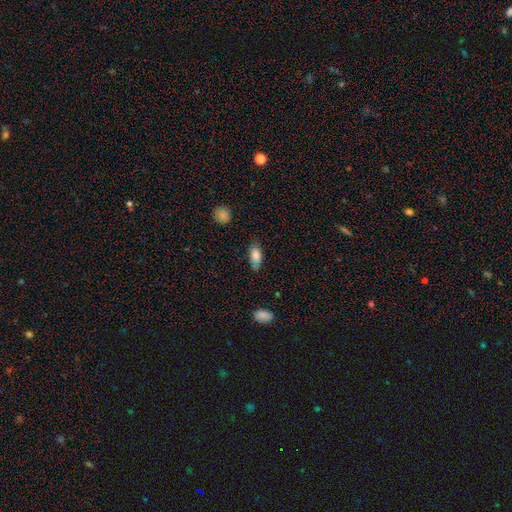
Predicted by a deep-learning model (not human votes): A smooth galaxy with no disk features (79%) that is in between round and cigar-shaped (89%). Merging: none (73%).